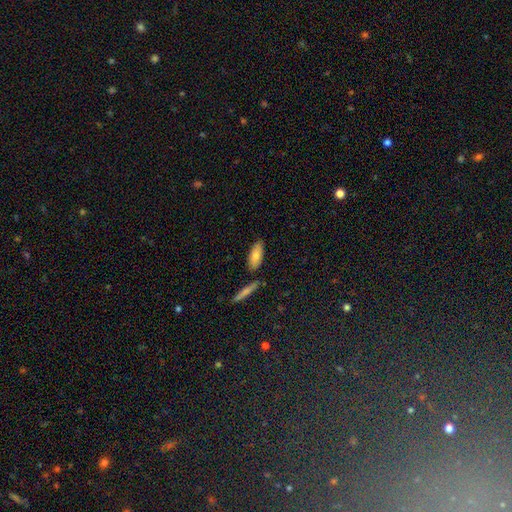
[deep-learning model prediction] Morphology: type=smooth (80%); roundness=in between (79%); merging=none (77%).